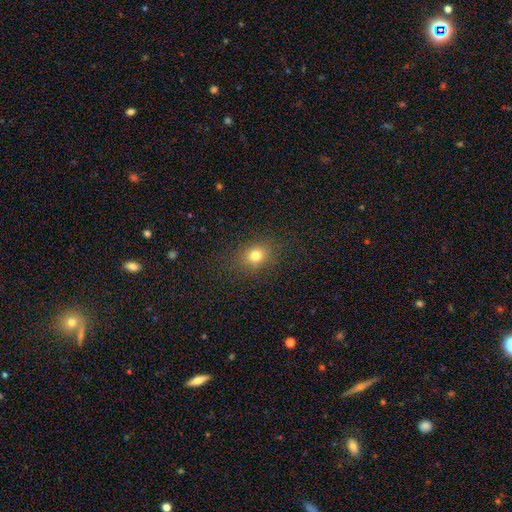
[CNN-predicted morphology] Smooth or featured?
  - smooth: 76% *
  - star or artifact: 15%
  - featured or disk: 8%
How rounded?
  - round: 50% *
  - in between: 49%
  - cigar-shaped: 2%
Merging?
  - none: 85% *
  - minor disturbance: 10%
  - major disturbance: 4%
  - merger: 1%